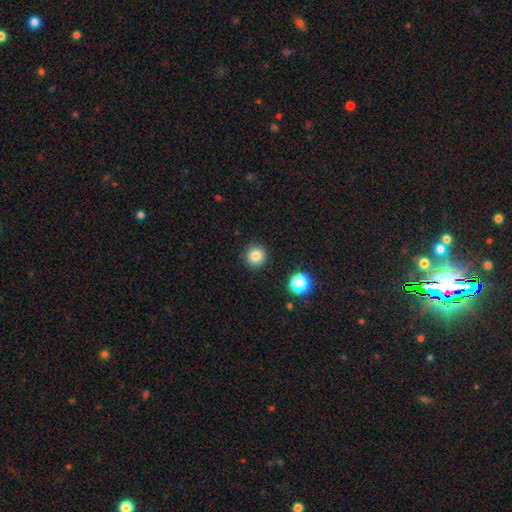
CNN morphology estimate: This appears to be a smooth galaxy with no disk features (82%) that is round (95%). Merging: none (91%).